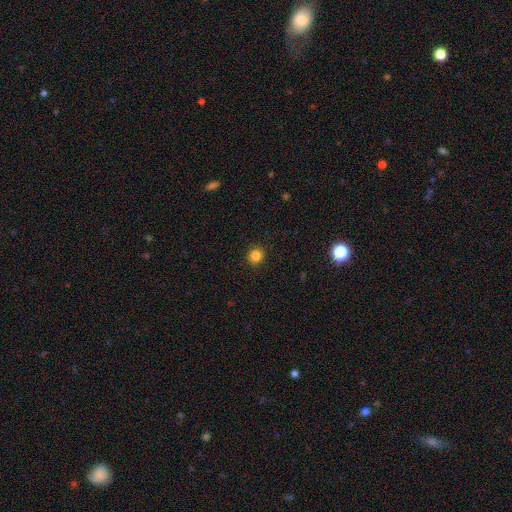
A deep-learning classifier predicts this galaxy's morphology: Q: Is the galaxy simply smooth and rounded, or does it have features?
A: smooth — 84%.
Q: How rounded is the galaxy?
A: round — 89%.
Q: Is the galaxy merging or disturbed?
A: none — 91%.